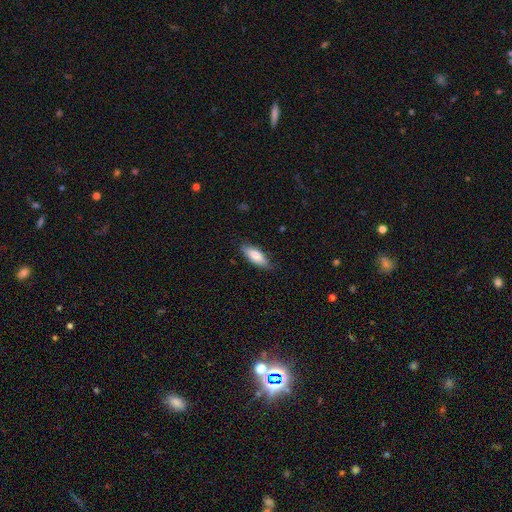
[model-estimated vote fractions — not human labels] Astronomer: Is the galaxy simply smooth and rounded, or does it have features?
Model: smooth — 82%.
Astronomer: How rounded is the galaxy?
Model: in between — 68%.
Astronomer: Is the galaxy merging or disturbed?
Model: none — 80%.